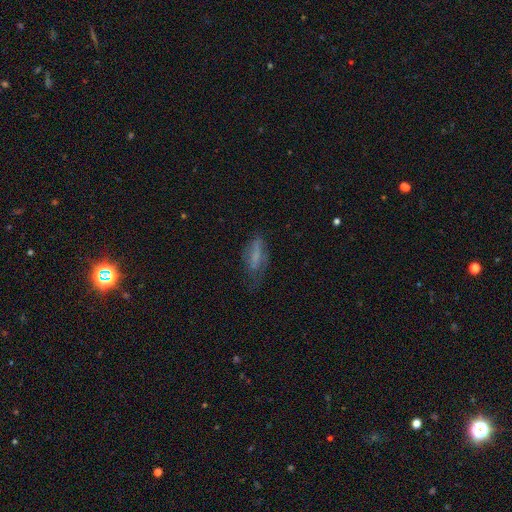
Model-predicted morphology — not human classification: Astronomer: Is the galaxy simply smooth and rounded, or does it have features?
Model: smooth — 55% (runner-up: featured or disk, 33%).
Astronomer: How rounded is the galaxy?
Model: in between — 62%.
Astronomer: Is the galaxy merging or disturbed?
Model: none — 46% (runner-up: minor disturbance, 30%).